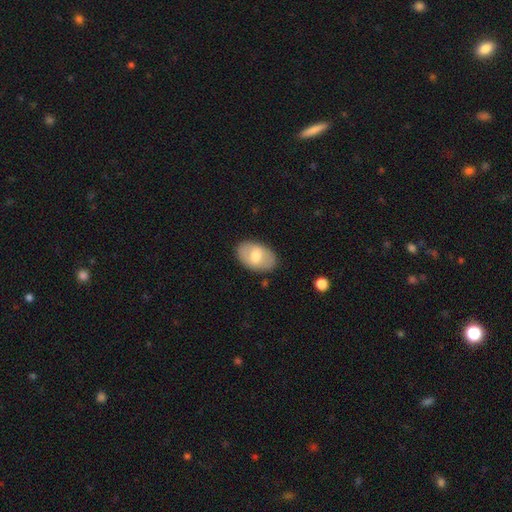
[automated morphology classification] This is likely a smooth galaxy (64%). How rounded: clearly in between (90%). Merging: clearly none (86%).